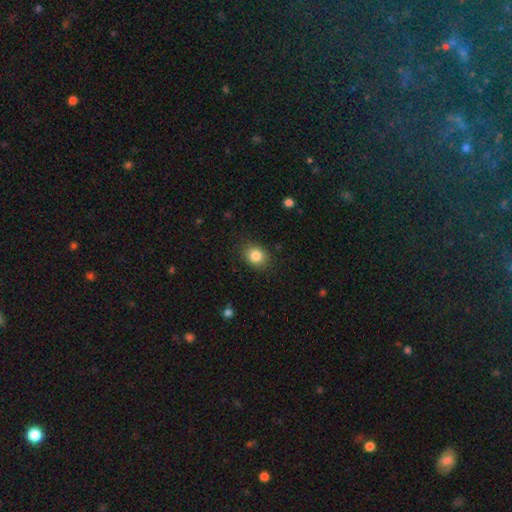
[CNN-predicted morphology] type=smooth (84%); roundness=round (60%); merging=none (84%).